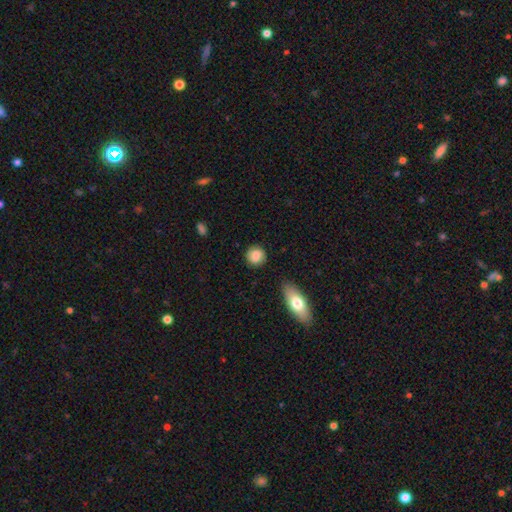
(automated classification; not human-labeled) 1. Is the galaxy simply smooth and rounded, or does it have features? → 84% smooth, 8% featured or disk, 7% star or artifact.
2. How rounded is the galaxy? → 86% round, 13% in between, 2% cigar-shaped.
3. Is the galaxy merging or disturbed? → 83% none, 12% minor disturbance, 3% major disturbance, 2% merger.